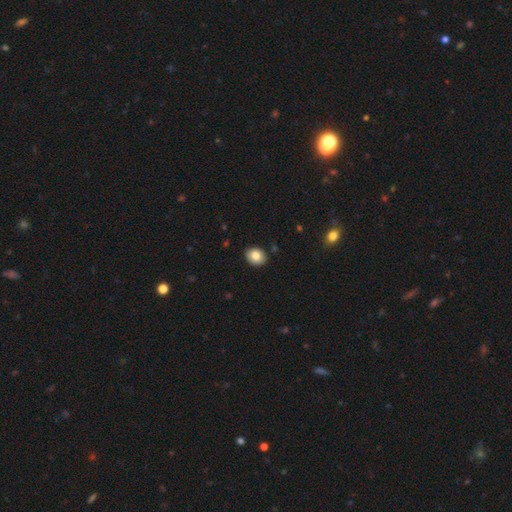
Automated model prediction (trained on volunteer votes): Smooth or featured: smooth — 83% (featured or disk — 9%)
How rounded: round — 50% (tied with in between — 50%)
Merging: none — 90% (minor disturbance — 7%)